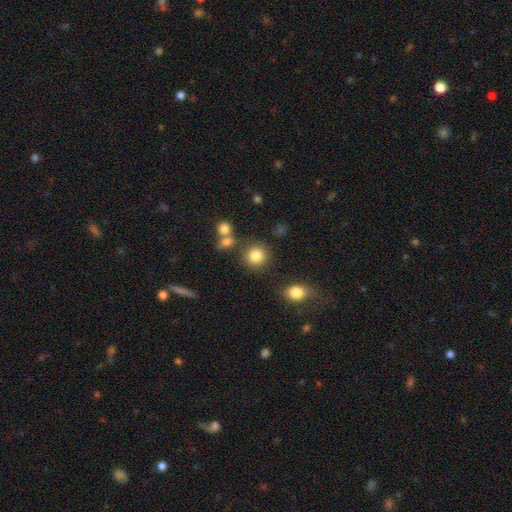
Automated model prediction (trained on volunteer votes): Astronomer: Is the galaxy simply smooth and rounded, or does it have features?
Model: smooth — 84%.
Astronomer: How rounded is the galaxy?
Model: round — 88%.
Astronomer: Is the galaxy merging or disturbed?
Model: none — 78%.